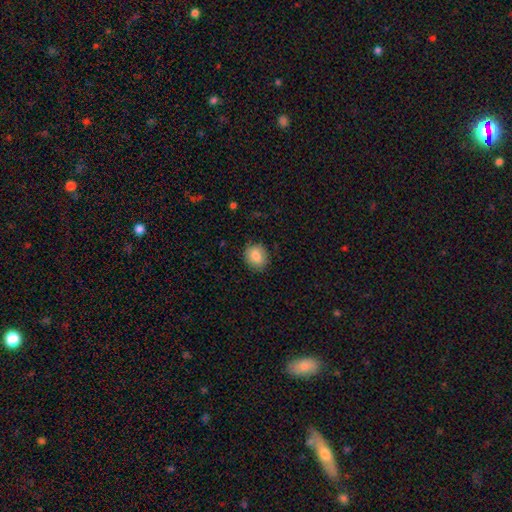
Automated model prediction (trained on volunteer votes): smooth 84%, star or artifact 8%, featured or disk 8%. Down the decision tree: how rounded — round (67%); merging — none (84%).